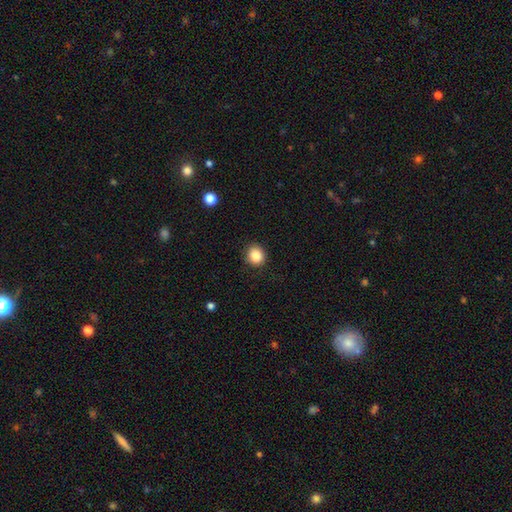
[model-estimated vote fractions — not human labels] Smooth or featured? Predicted: smooth (p=0.86). How rounded? Predicted: round (p=0.79). Merging? Predicted: none (p=0.88).